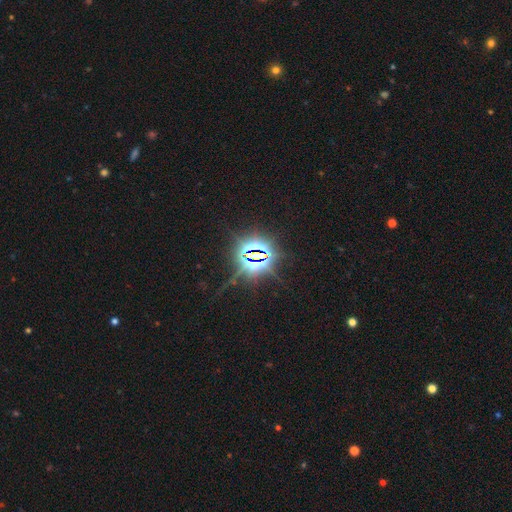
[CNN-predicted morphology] Smooth or featured: star or artifact — 86% (smooth — 8%)